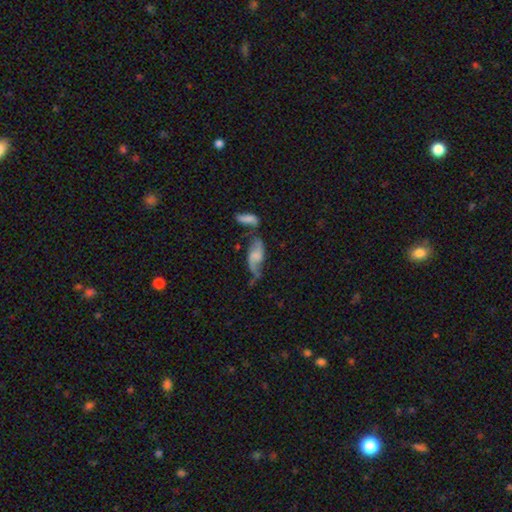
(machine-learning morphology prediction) smooth-or-featured: featured or disk: 67% | smooth: 25% | star or artifact: 7%
  disk-edge-on: no: 92% | yes: 8%
    bar: no: 57% | weak: 34% | strong: 9%
    has-spiral-arms: yes: 89% | no: 11%
      spiral-winding: loose: 77% | medium: 18% | tight: 5%
      spiral-arm-count: 2: 85% | 1: 8% | can't tell: 5% | 3: 1% | 4: 1% | more than 4: 1%
    bulge-size: none: 46% | small: 20% | moderate: 19% | large: 12% | dominant: 3%
  merging: none: 35% | merger: 25% | minor disturbance: 22% | major disturbance: 18%